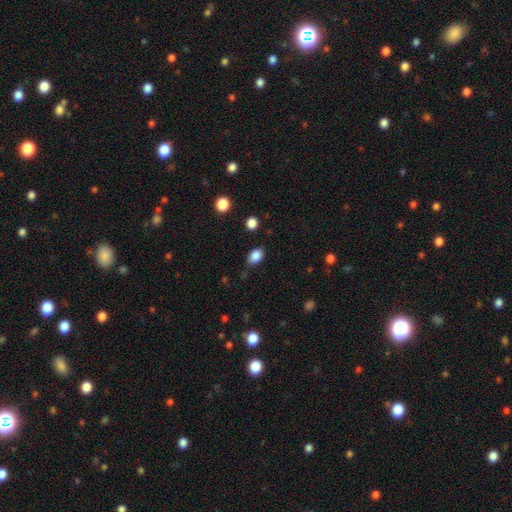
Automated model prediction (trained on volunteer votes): smooth-or-featured: smooth: 86% | star or artifact: 9% | featured or disk: 4%
  how-rounded: in between: 78% | round: 20% | cigar-shaped: 1%
  merging: none: 79% | minor disturbance: 16% | major disturbance: 3% | merger: 2%